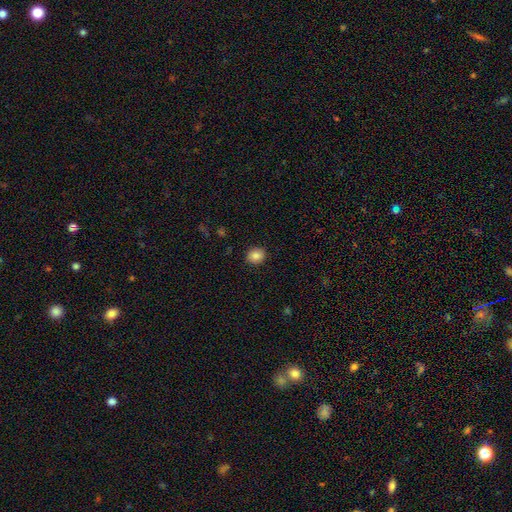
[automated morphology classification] Smooth or featured?
  - smooth: 86% *
  - star or artifact: 9%
  - featured or disk: 5%
How rounded?
  - round: 72% *
  - in between: 27%
  - cigar-shaped: 1%
Merging?
  - none: 90% *
  - minor disturbance: 7%
  - major disturbance: 2%
  - merger: 1%